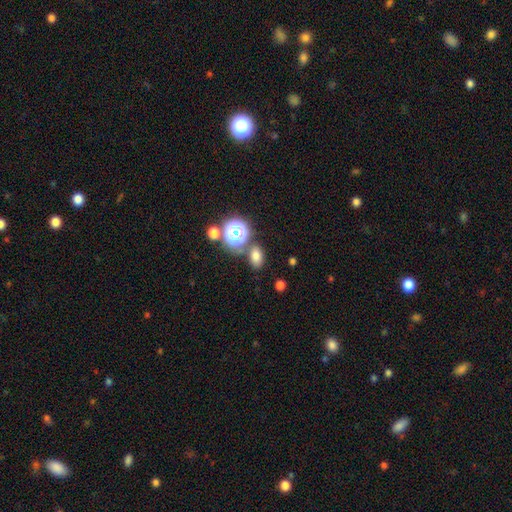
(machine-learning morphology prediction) A smooth galaxy with no disk features (74%) that is in between round and cigar-shaped (71%). Merging: none (71%).